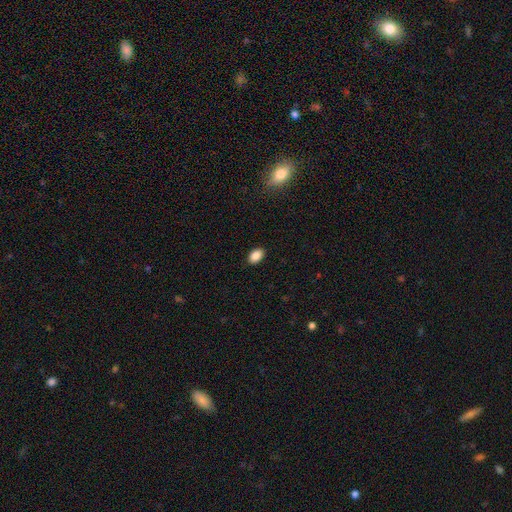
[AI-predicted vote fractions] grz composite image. It shows a smooth galaxy with no disk features (89%) that is in between round and cigar-shaped (90%). Merging: none (90%).